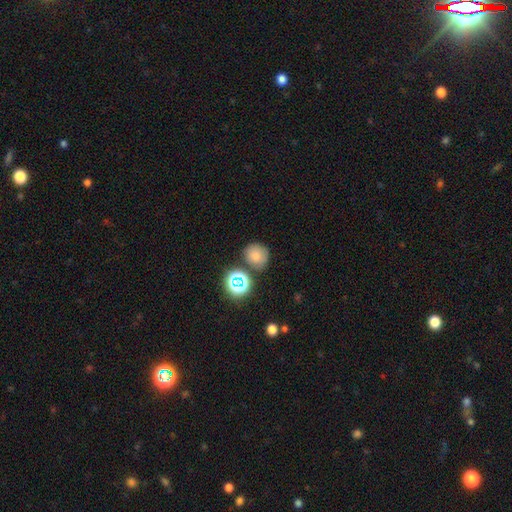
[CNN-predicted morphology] smooth_or_featured: smooth (p=0.74) [alt: star or artifact p=0.18]
how_rounded: round (p=0.80) [alt: in between p=0.19]
merging: none (p=0.75) [alt: minor disturbance p=0.12]